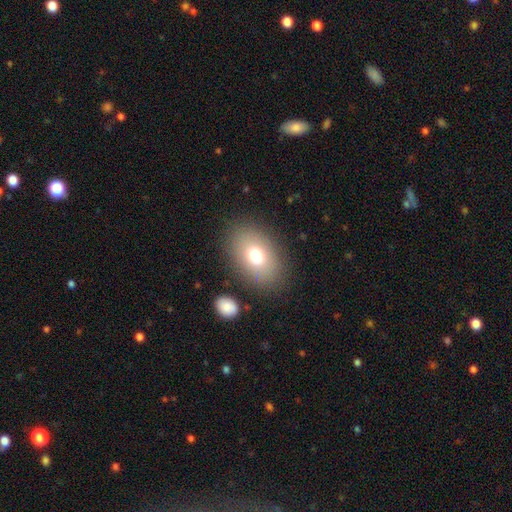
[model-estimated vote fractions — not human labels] A smooth galaxy with no disk features (74%) that is in between round and cigar-shaped (80%).

Vote fractions:
- Smooth or featured? smooth: 74% / featured or disk: 15% / star or artifact: 11%
- How rounded? in between: 80% / round: 18% / cigar-shaped: 1%
- Merging? none: 83% / minor disturbance: 10% / major disturbance: 5% / merger: 2%